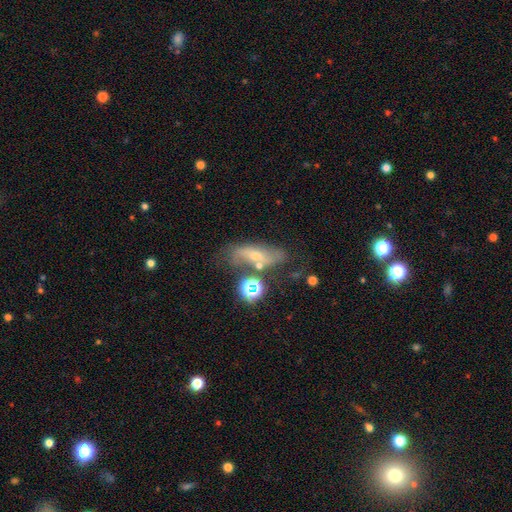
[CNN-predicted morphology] Q: Smooth or featured?
A: featured or disk (47%); runner-up: smooth (36%)
Q: Merging?
A: none (53%); runner-up: minor disturbance (23%)